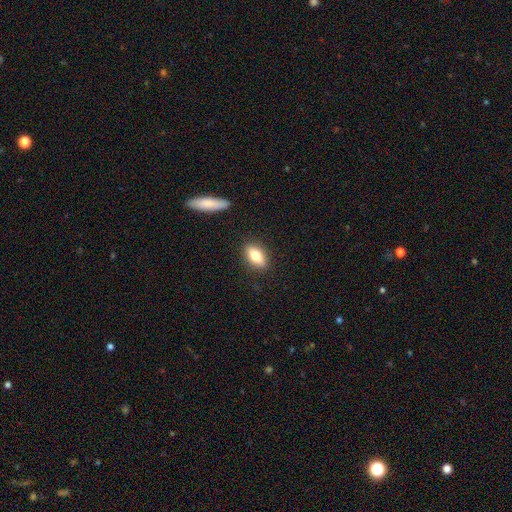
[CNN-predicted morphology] Smooth or featured?
  - smooth: 70% *
  - featured or disk: 22%
  - star or artifact: 8%
How rounded?
  - in between: 80% *
  - cigar-shaped: 14%
  - round: 7%
Merging?
  - none: 86% *
  - minor disturbance: 10%
  - major disturbance: 3%
  - merger: 2%